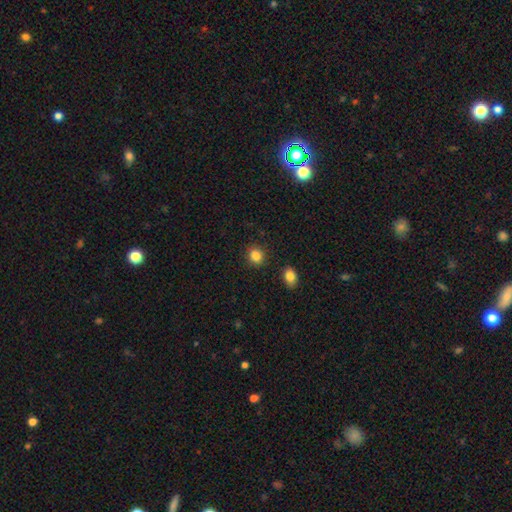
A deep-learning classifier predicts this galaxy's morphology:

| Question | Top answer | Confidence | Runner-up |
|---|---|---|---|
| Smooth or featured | smooth | 86% | star or artifact (10%) |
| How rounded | round | 76% | in between (23%) |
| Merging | none | 89% | minor disturbance (7%) |